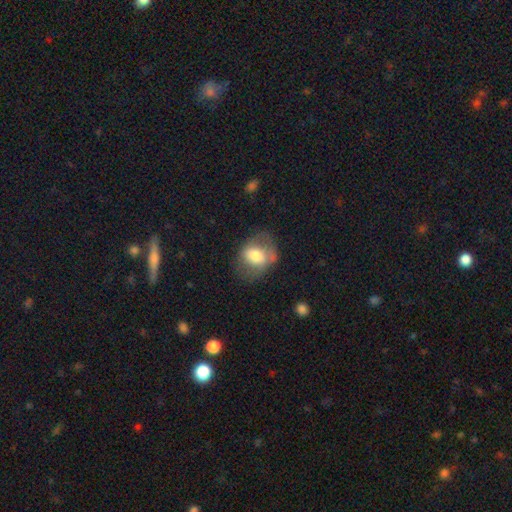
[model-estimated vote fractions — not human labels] Smooth or featured: smooth — 64% (featured or disk — 28%)
How rounded: in between — 59% (round — 40%)
Merging: none — 53% (minor disturbance — 26%)